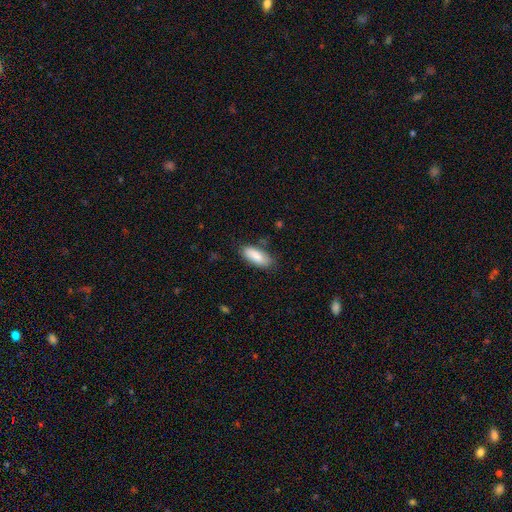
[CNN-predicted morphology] smooth_or_featured: smooth (p=0.87) [alt: featured or disk p=0.07]
how_rounded: in between (p=0.78) [alt: cigar-shaped p=0.20]
merging: none (p=0.76) [alt: minor disturbance p=0.18]